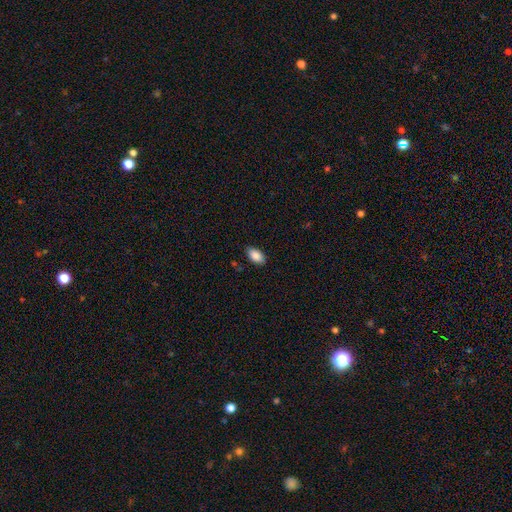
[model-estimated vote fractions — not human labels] Overall: smooth (88%). How rounded: in between (94%). Merging: none (85%).